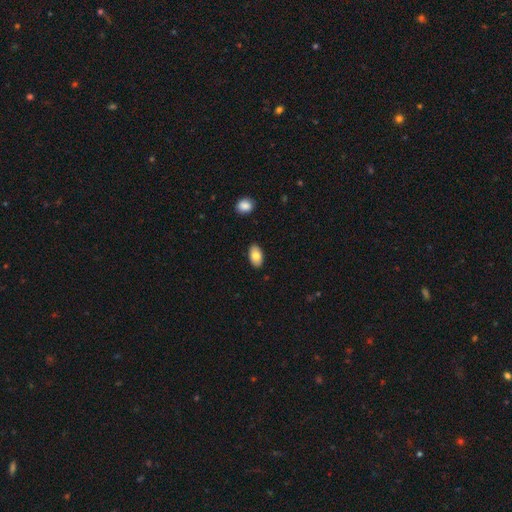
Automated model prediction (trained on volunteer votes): A smooth galaxy with no disk features (81%) that is in between round and cigar-shaped (94%). Merging: none (88%).